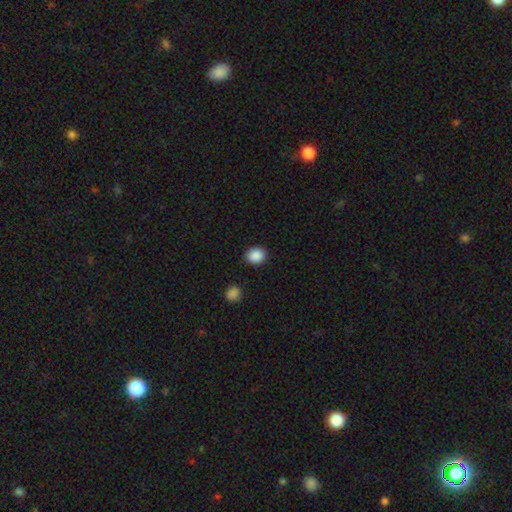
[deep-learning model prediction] Smooth or featured? Predicted: smooth (p=0.89). How rounded? Predicted: round (p=0.73). Merging? Predicted: none (p=0.88).